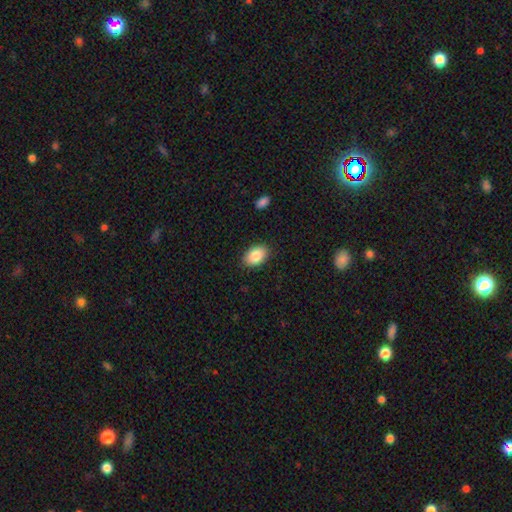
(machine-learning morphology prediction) smooth-or-featured: smooth: 85% | featured or disk: 7% | star or artifact: 7%
  how-rounded: in between: 88% | round: 11% | cigar-shaped: 1%
  merging: none: 87% | minor disturbance: 10% | major disturbance: 2% | merger: 1%